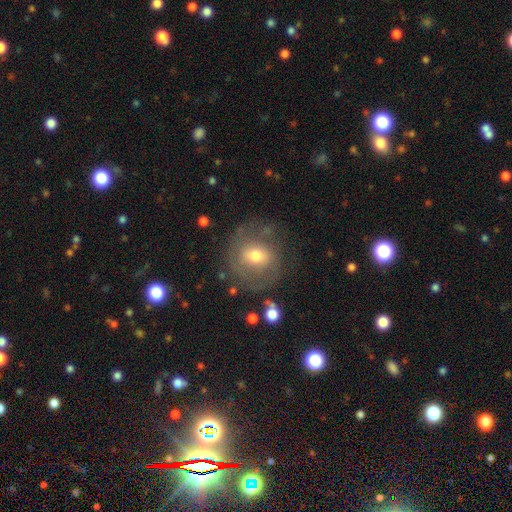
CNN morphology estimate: A smooth galaxy with no disk features (49%).

Vote fractions:
- Smooth or featured? smooth: 49% / featured or disk: 41% / star or artifact: 9%
- Merging? none: 65% / minor disturbance: 19% / major disturbance: 13% / merger: 3%